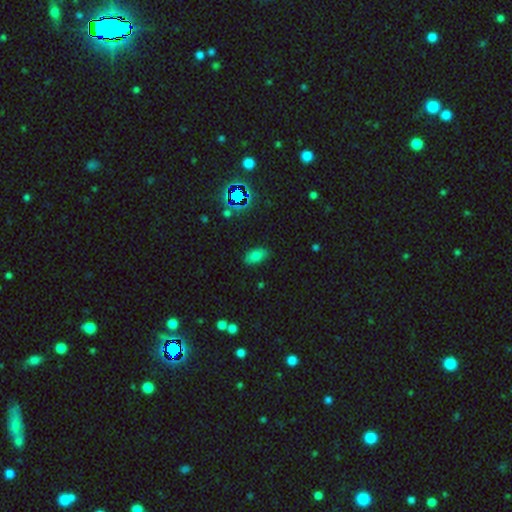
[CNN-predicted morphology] Smooth or featured? smooth (73%)
How rounded? in between (91%)
Merging? none (83%)